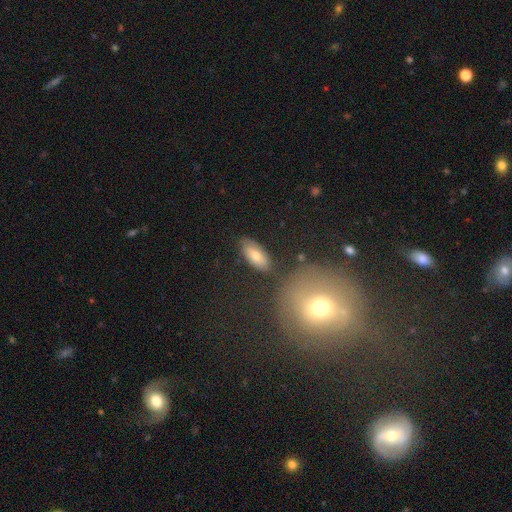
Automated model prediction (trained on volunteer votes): Smooth or featured?
  - smooth: 73% *
  - featured or disk: 18%
  - star or artifact: 9%
How rounded?
  - in between: 87% *
  - cigar-shaped: 9%
  - round: 4%
Merging?
  - none: 82% *
  - minor disturbance: 11%
  - merger: 4%
  - major disturbance: 3%